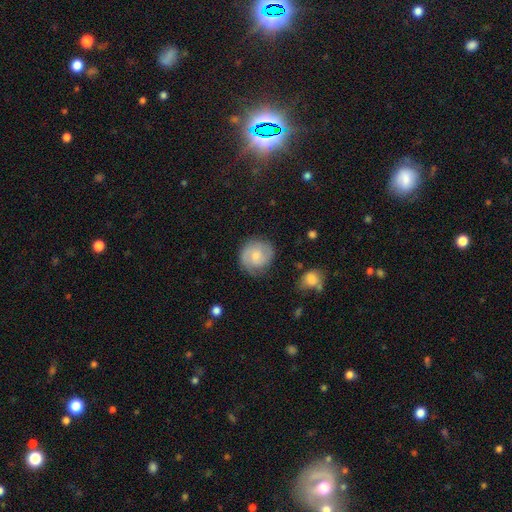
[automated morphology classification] featured or disk 49%, smooth 44%, star or artifact 7%. Down the decision tree: merging — none (75%).